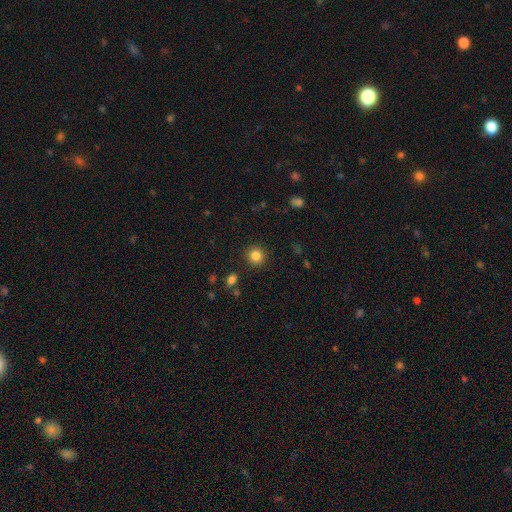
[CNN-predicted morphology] Smooth or featured? smooth (84%)
How rounded? round (92%)
Merging? none (90%)